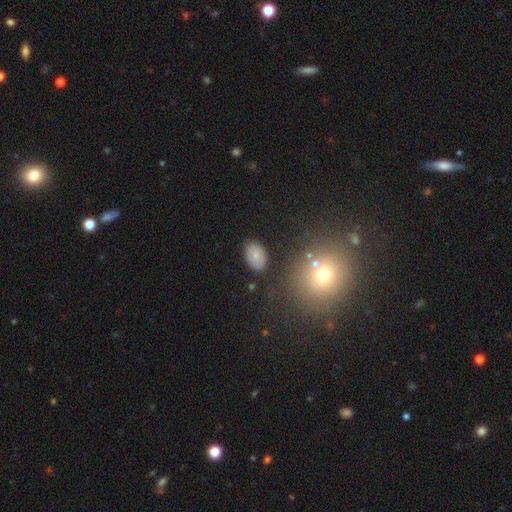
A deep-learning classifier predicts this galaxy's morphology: This appears to be a smooth galaxy with no disk features (74%) that is in between round and cigar-shaped (89%). Merging: none (83%).